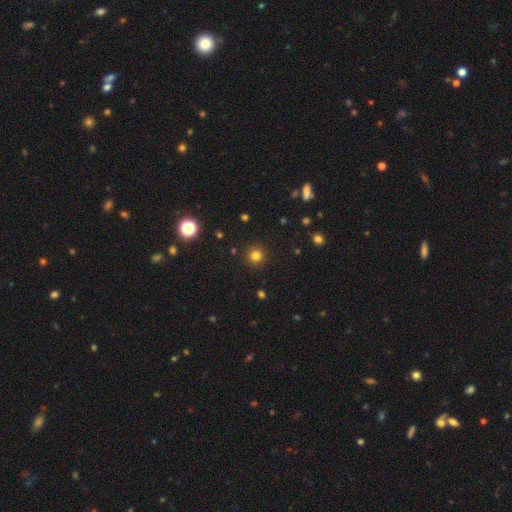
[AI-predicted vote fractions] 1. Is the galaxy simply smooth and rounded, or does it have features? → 80% smooth, 15% star or artifact, 5% featured or disk.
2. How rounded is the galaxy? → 95% round, 4% in between, 1% cigar-shaped.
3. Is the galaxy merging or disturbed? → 92% none, 5% minor disturbance, 2% major disturbance, 1% merger.